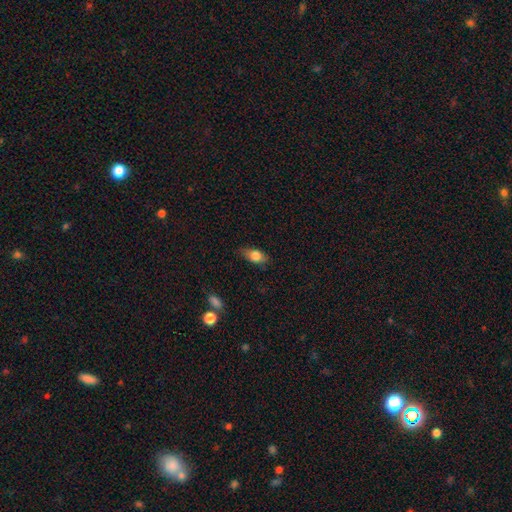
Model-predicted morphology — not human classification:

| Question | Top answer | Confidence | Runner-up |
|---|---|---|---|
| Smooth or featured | smooth | 76% | featured or disk (15%) |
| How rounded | in between | 79% | round (12%) |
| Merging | none | 74% | minor disturbance (20%) |